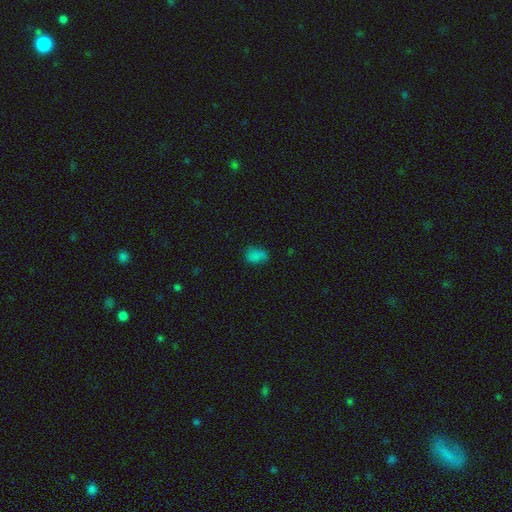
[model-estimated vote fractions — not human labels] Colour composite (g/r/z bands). It shows a smooth galaxy with no disk features (77%) that is in between round and cigar-shaped (82%). Merging: none (63%).